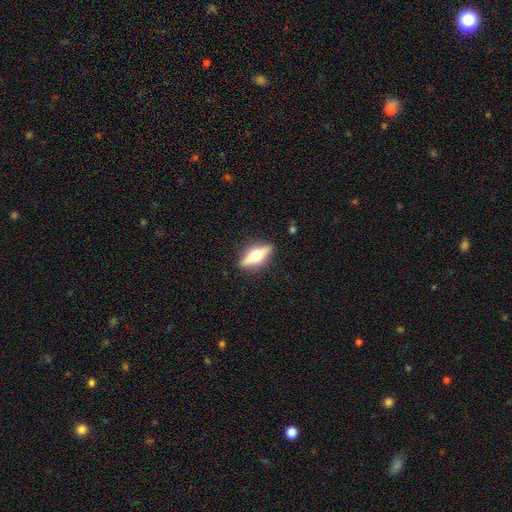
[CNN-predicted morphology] Q: Smooth or featured?
A: featured or disk (61%); runner-up: smooth (33%)
Q: Edge-on disk?
A: yes (93%); runner-up: no (7%)
Q: Edge-on bulge?
A: rounded (95%); runner-up: boxy (4%)
Q: Merging?
A: none (88%); runner-up: minor disturbance (9%)